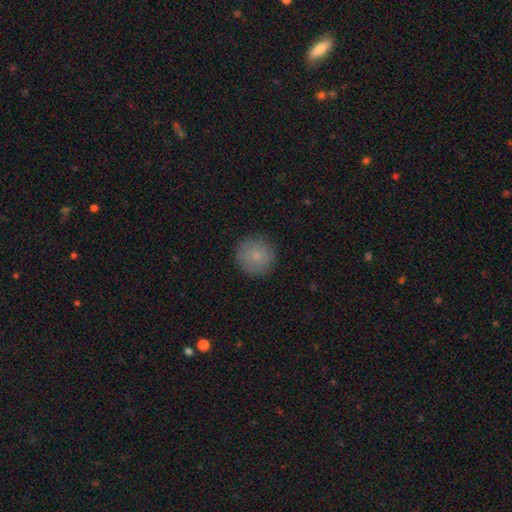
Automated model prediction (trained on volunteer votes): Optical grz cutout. It shows a smooth galaxy with no disk features (82%) that is round (95%). Merging: none (89%).